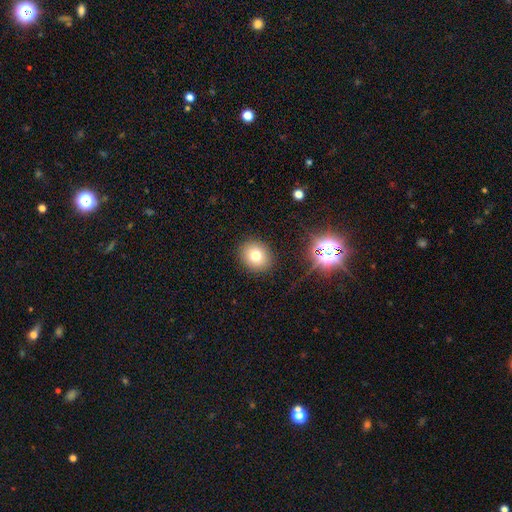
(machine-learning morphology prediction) The model was most divided on "how rounded": round: 74%, in between: 25%, cigar-shaped: 1%. More confident: merging — none (89%); smooth or featured — smooth (74%).